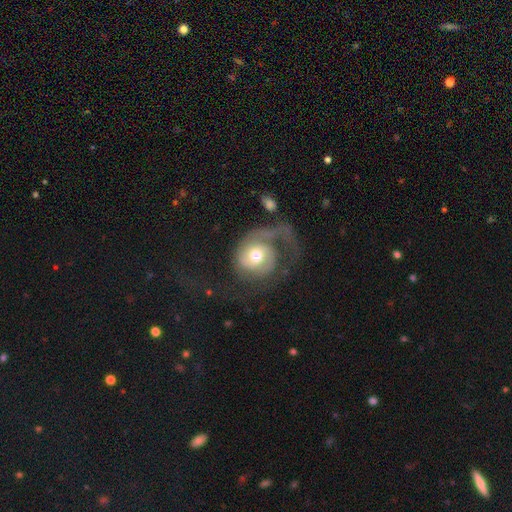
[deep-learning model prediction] A featured or disk galaxy (73%) with no bar (71%), 1 (63%) medium (35%) spiral arms (89%) and a moderate central bulge (70%).

Vote fractions:
- Smooth or featured? featured or disk: 73% / smooth: 21% / star or artifact: 6%
- Edge-on disk? no: 97% / yes: 3%
- Bar? no: 71% / weak: 24% / strong: 5%
- Spiral arms? yes: 89% / no: 11%
- Spiral winding? medium: 35% / loose: 33% / tight: 32%
- Spiral arm count? 1: 63% / 2: 23% / can't tell: 8% / 3: 3% / 4: 1% / more than 4: 1%
- Bulge size? moderate: 70% / small: 16% / large: 12% / dominant: 2% / none: 1%
- Merging? major disturbance: 48% / none: 33% / minor disturbance: 15% / merger: 4%